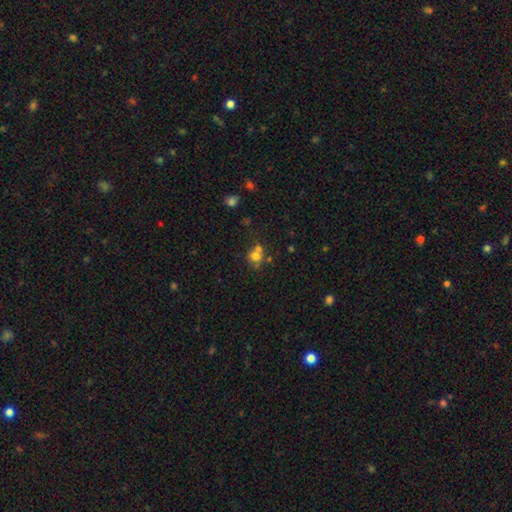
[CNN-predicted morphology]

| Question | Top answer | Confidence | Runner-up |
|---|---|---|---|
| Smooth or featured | smooth | 69% | star or artifact (17%) |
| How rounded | round | 83% | in between (16%) |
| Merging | none | 44% | merger (43%) |